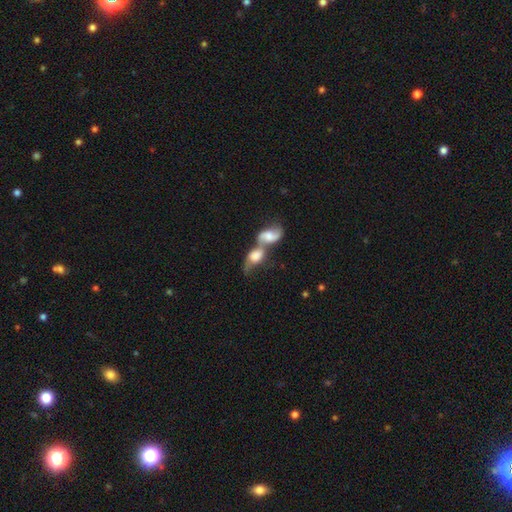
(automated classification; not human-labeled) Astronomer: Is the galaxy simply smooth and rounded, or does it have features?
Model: smooth — 46%, tied with featured or disk at 46%.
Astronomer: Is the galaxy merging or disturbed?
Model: merger — 80%.